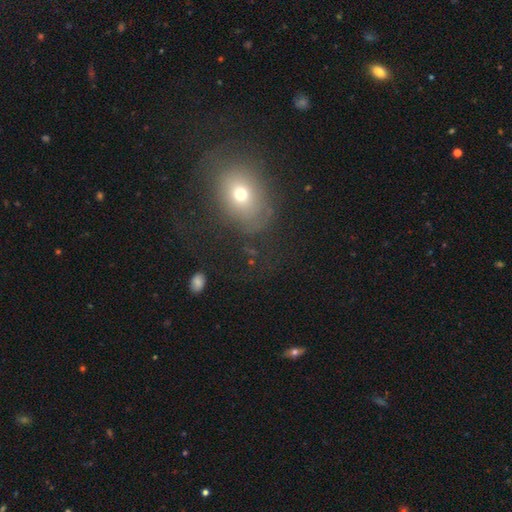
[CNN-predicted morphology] The model was most divided on "how rounded": in between: 62%, round: 36%, cigar-shaped: 2%. More confident: merging — none (73%); smooth or featured — smooth (59%).